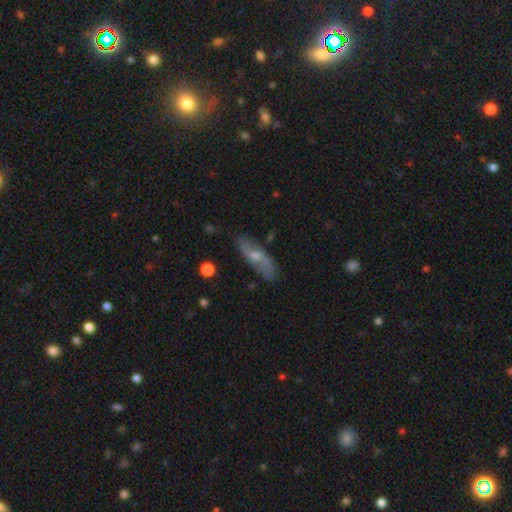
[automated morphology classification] smooth_or_featured: featured or disk (p=0.59) [alt: smooth p=0.33]
disk_edge_on: no (p=0.72) [alt: yes p=0.28]
merging: none (p=0.78) [alt: minor disturbance p=0.16]